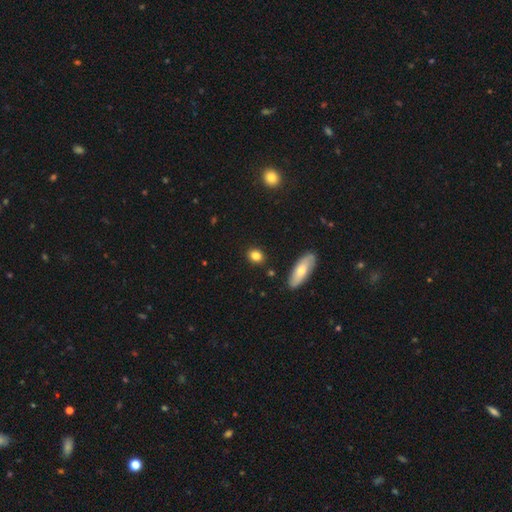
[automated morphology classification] smooth-or-featured: smooth: 84% | star or artifact: 9% | featured or disk: 7%
  how-rounded: in between: 49% | round: 47% | cigar-shaped: 3%
  merging: none: 86% | minor disturbance: 9% | merger: 3% | major disturbance: 2%